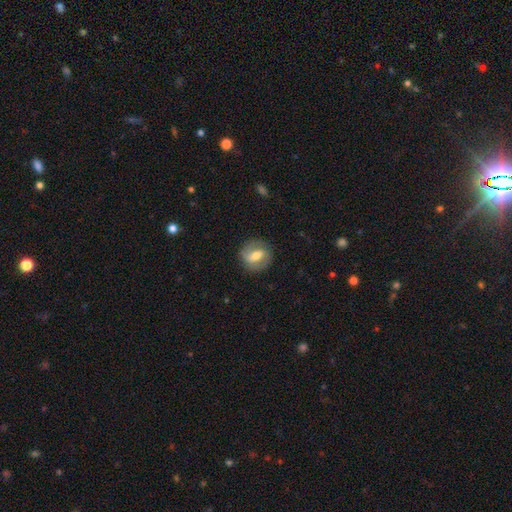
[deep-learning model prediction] Q: Smooth or featured?
A: featured or disk (50%); runner-up: smooth (43%)
Q: Merging?
A: none (81%); runner-up: minor disturbance (13%)